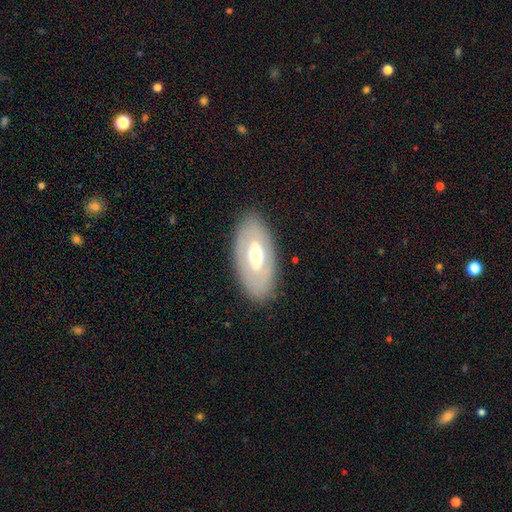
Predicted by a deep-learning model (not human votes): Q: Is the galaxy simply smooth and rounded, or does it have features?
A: featured or disk — 53%.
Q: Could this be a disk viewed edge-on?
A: no — 85%.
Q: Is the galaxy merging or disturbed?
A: none — 84%.